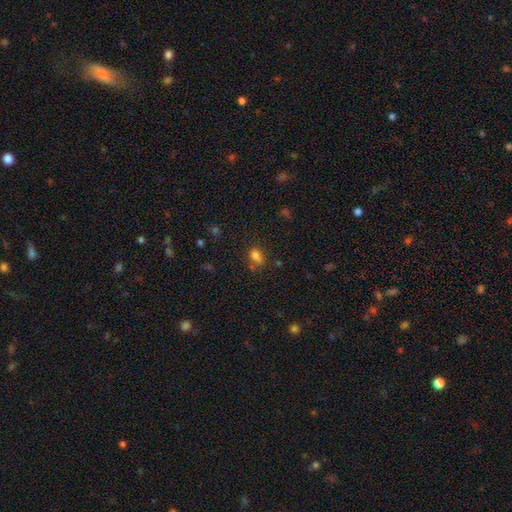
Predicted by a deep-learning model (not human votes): Smooth or featured? smooth (75%)
How rounded? in between (62%)
Merging? none (54%)